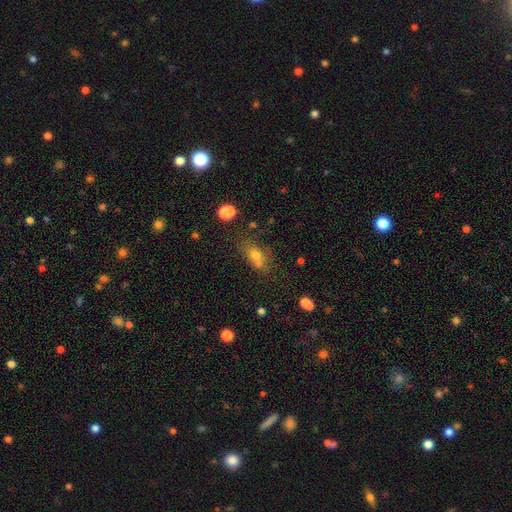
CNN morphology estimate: Smooth or featured? smooth (68%)
How rounded? in between (65%)
Merging? none (50%)